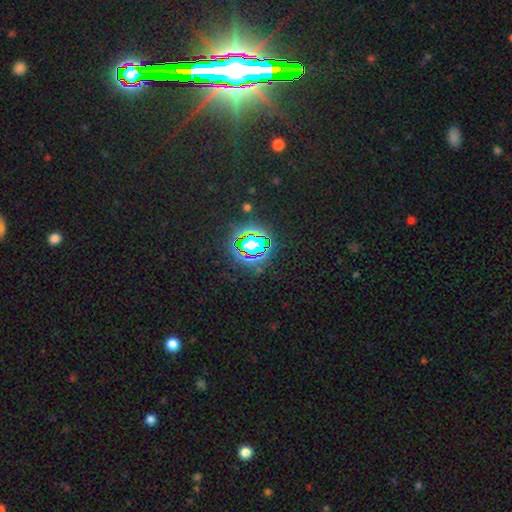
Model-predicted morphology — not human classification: Smooth or featured: star or artifact — 84% (smooth — 9%)